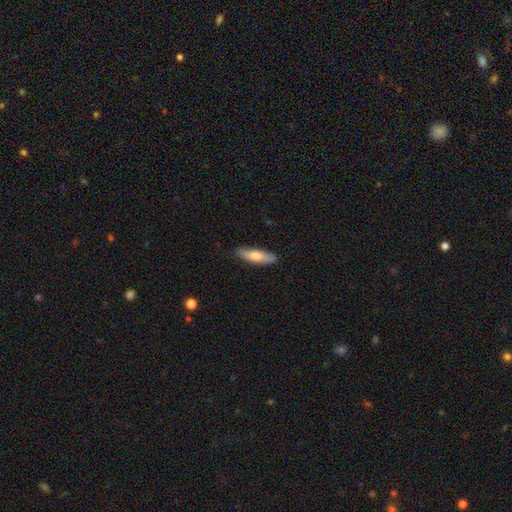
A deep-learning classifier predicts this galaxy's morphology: The model was most divided on "how rounded": cigar-shaped: 63%, in between: 35%, round: 2%. More confident: merging — none (86%); smooth or featured — smooth (67%).